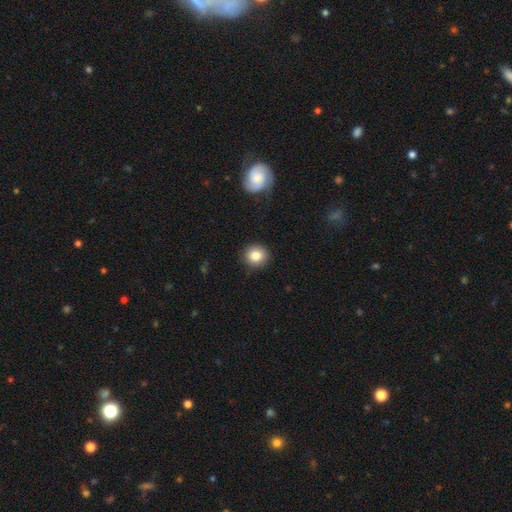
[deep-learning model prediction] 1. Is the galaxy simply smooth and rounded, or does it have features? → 83% smooth, 10% star or artifact, 7% featured or disk.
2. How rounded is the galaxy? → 89% round, 10% in between, 1% cigar-shaped.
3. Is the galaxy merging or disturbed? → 89% none, 8% minor disturbance, 2% major disturbance, 1% merger.